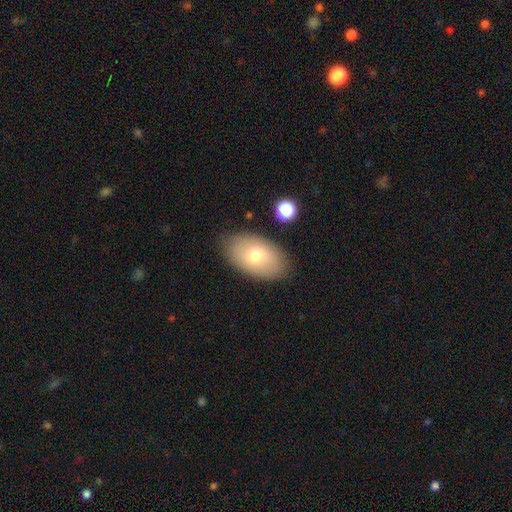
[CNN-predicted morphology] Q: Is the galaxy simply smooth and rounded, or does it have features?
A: smooth — 71%.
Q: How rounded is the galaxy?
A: in between — 92%.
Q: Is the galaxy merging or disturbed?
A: none — 83%.